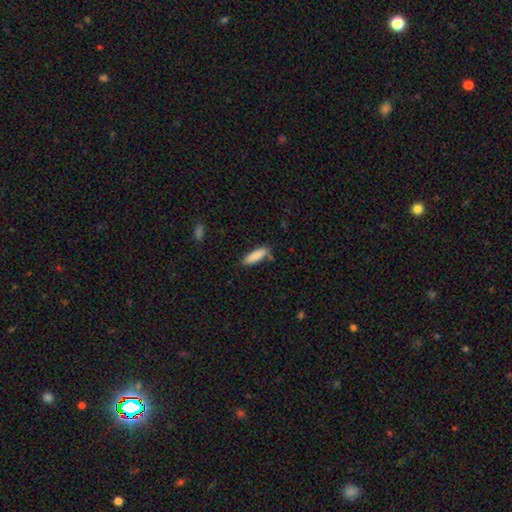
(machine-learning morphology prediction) Smooth or featured? smooth (87%)
How rounded? in between (53%)
Merging? none (71%)